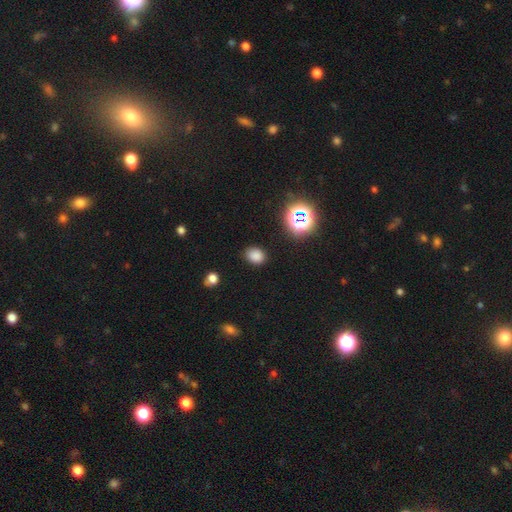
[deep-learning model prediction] Smooth or featured: smooth — 79% (star or artifact — 17%)
How rounded: in between — 55% (round — 44%)
Merging: none — 85% (minor disturbance — 10%)